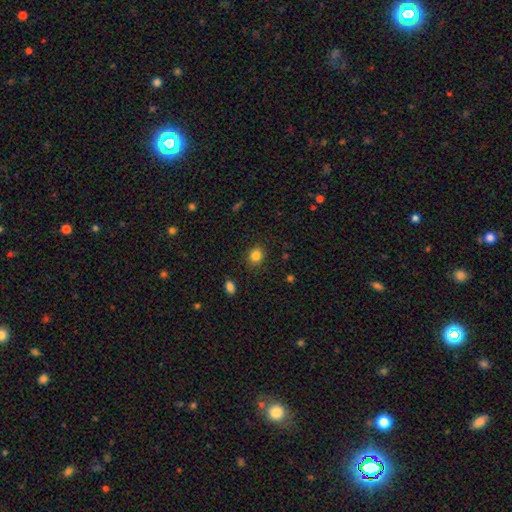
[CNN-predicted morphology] smooth 84%, star or artifact 11%, featured or disk 5%. Down the decision tree: how rounded — round (69%); merging — none (87%).